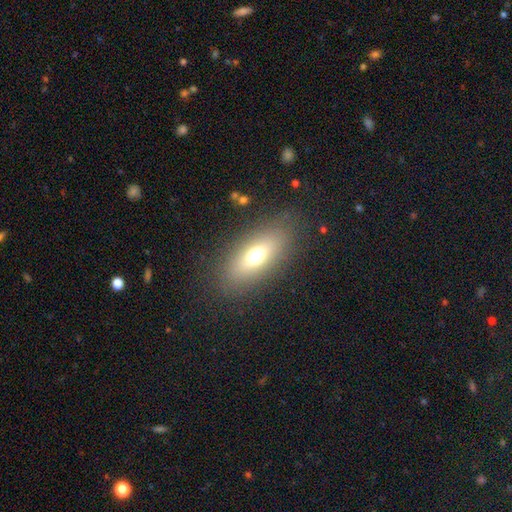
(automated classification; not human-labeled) A smooth galaxy with no disk features (64%) that is in between round and cigar-shaped (76%). Merging: none (84%).